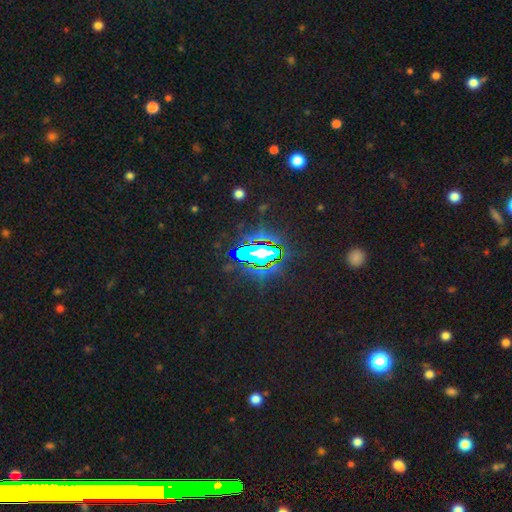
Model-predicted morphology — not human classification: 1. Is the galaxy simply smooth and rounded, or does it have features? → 79% star or artifact, 12% smooth, 10% featured or disk.